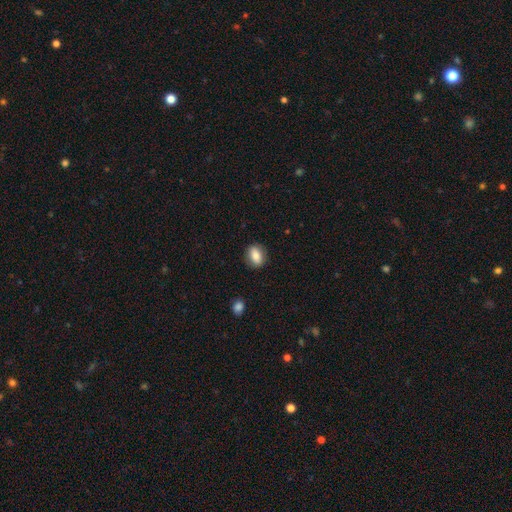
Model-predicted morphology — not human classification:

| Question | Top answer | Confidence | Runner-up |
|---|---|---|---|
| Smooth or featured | smooth | 81% | featured or disk (11%) |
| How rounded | in between | 69% | round (28%) |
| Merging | none | 86% | minor disturbance (10%) |